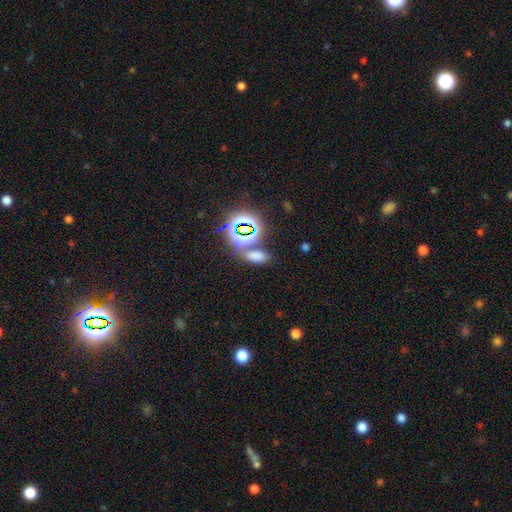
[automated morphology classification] smooth-or-featured: smooth: 57% | star or artifact: 35% | featured or disk: 8%
  how-rounded: in between: 82% | round: 11% | cigar-shaped: 7%
  merging: none: 60% | merger: 22% | minor disturbance: 12% | major disturbance: 6%